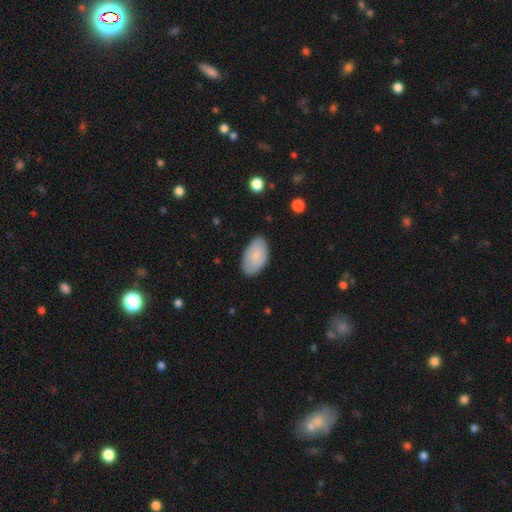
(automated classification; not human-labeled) A smooth galaxy with no disk features (77%) that is in between round and cigar-shaped (95%). Merging: none (81%).